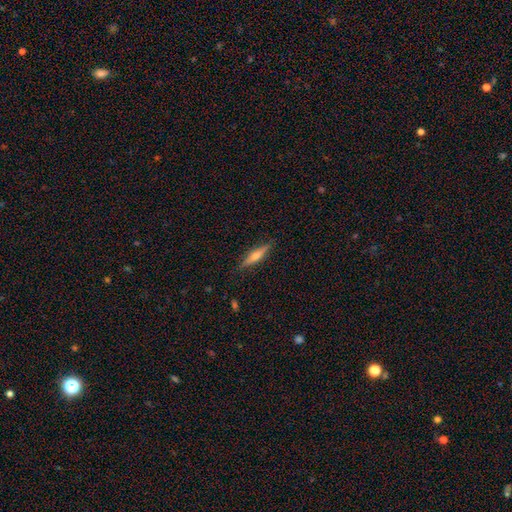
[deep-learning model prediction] featured or disk 63%, smooth 31%, star or artifact 7%. Down the decision tree: edge-on disk — yes (97%); edge-on bulge — rounded (86%); merging — none (89%).